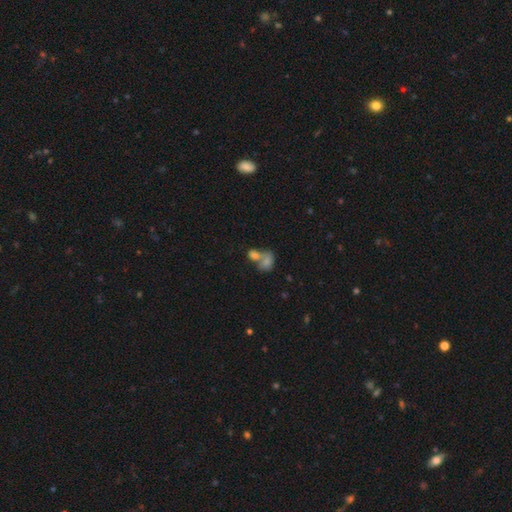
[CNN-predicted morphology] This appears to be a smooth galaxy with no disk features (77%) that is in between round and cigar-shaped (72%). Merging: merger (68%).